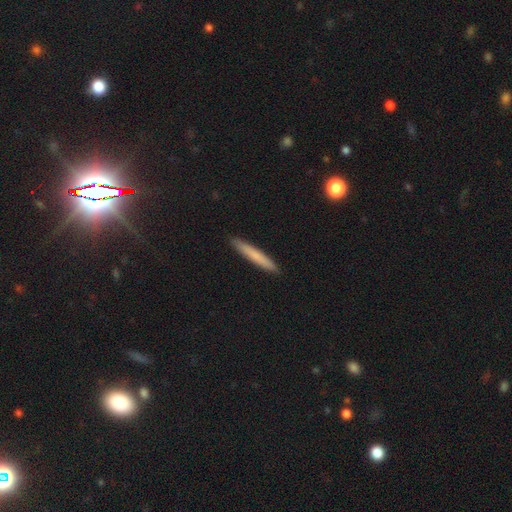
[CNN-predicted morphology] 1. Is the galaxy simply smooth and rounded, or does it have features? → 74% smooth, 20% featured or disk, 6% star or artifact.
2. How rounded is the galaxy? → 96% cigar-shaped, 3% in between, 1% round.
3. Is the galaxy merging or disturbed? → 92% none, 6% minor disturbance, 1% major disturbance, 1% merger.